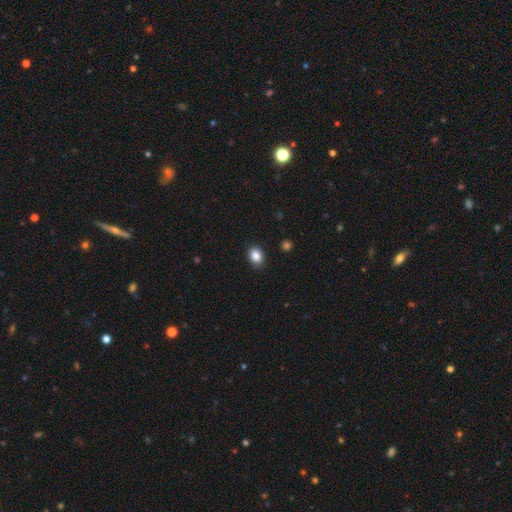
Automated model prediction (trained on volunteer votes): A smooth galaxy with no disk features (87%) that is in between round and cigar-shaped (62%). Merging: none (88%).